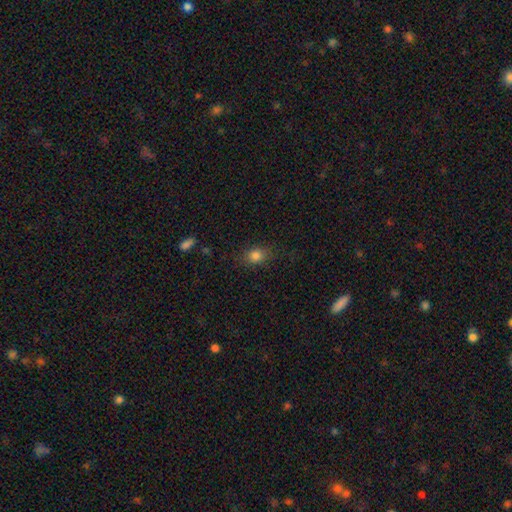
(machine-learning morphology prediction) smooth-or-featured: smooth: 81% | star or artifact: 11% | featured or disk: 7%
  how-rounded: in between: 61% | round: 37% | cigar-shaped: 3%
  merging: none: 81% | minor disturbance: 13% | major disturbance: 4% | merger: 1%